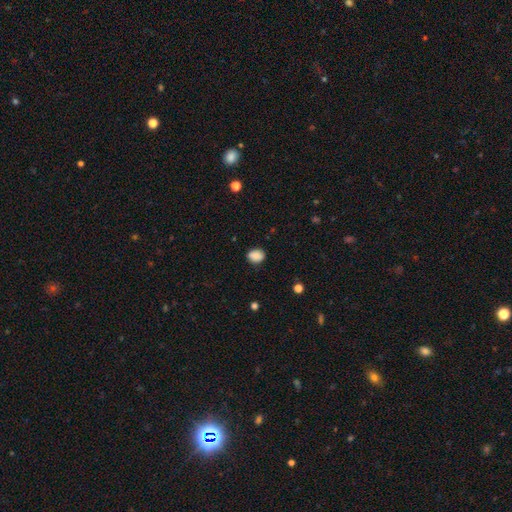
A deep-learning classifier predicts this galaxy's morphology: Q: Smooth or featured?
A: smooth (87%); runner-up: star or artifact (9%)
Q: How rounded?
A: in between (54%); runner-up: round (44%)
Q: Merging?
A: none (82%); runner-up: minor disturbance (14%)